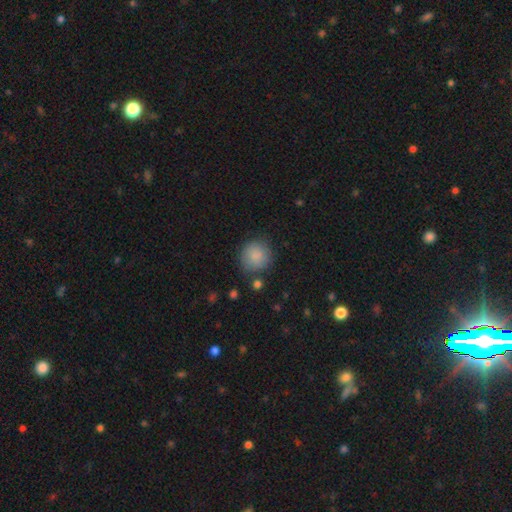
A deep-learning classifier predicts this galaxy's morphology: smooth 86%, star or artifact 8%, featured or disk 6%. Down the decision tree: how rounded — round (90%); merging — none (78%).